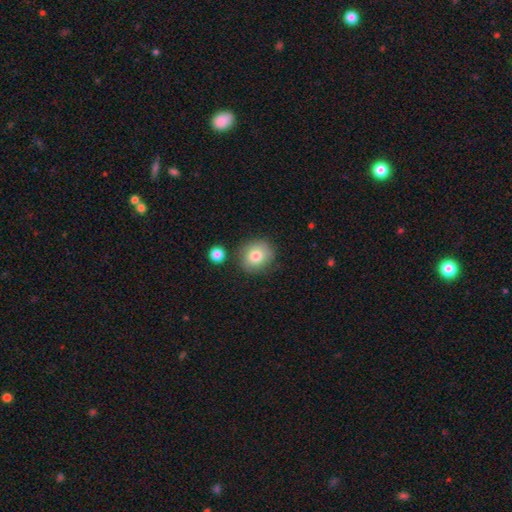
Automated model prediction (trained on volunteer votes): A smooth galaxy with no disk features (79%) that is round (79%). Merging: none (80%).